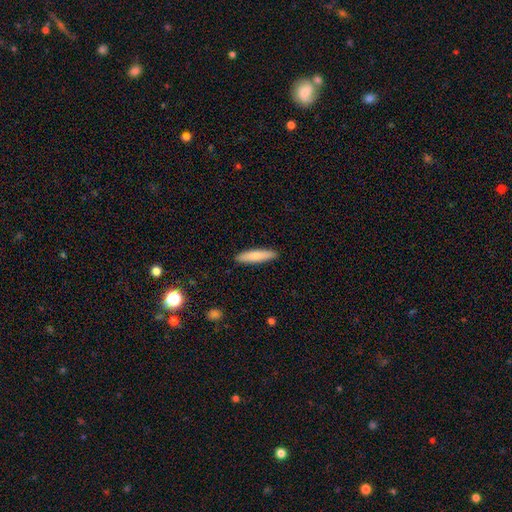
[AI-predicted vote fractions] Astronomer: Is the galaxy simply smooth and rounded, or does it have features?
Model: smooth — 80%.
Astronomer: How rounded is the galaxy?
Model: cigar-shaped — 81%.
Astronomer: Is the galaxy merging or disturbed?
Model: none — 90%.